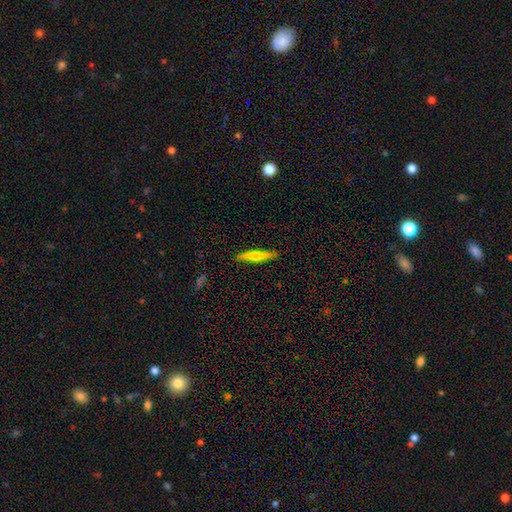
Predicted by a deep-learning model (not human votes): Q: Smooth or featured?
A: smooth (61%); runner-up: featured or disk (33%)
Q: How rounded?
A: cigar-shaped (91%); runner-up: in between (7%)
Q: Merging?
A: none (89%); runner-up: minor disturbance (8%)